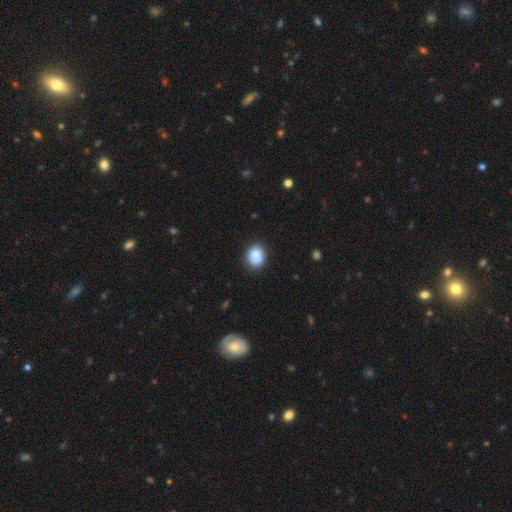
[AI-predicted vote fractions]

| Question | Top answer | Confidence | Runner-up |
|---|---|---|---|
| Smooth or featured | smooth | 86% | star or artifact (8%) |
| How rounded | round | 60% | in between (39%) |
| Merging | none | 83% | minor disturbance (13%) |